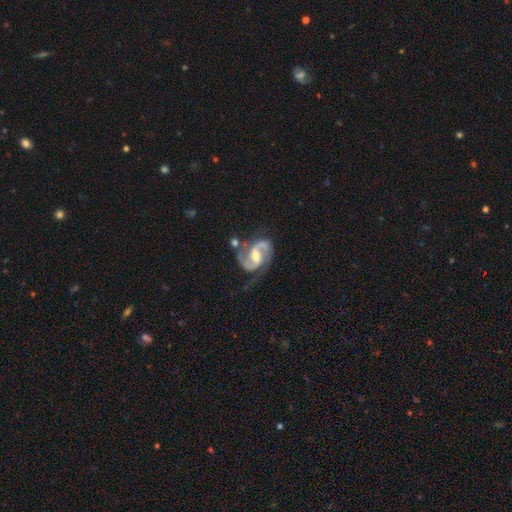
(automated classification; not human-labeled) smooth-or-featured: featured or disk: 91% | smooth: 4% | star or artifact: 4%
  disk-edge-on: no: 98% | yes: 2%
    bar: weak: 49% | strong: 26% | no: 25%
    has-spiral-arms: yes: 98% | no: 2%
      spiral-winding: medium: 61% | tight: 20% | loose: 20%
      spiral-arm-count: 2: 93% | can't tell: 2% | 3: 2% | 1: 2% | 4: 1% | more than 4: 1%
    bulge-size: moderate: 61% | small: 31% | large: 5% | none: 3% | dominant: 1%
  merging: none: 63% | minor disturbance: 21% | major disturbance: 9% | merger: 7%